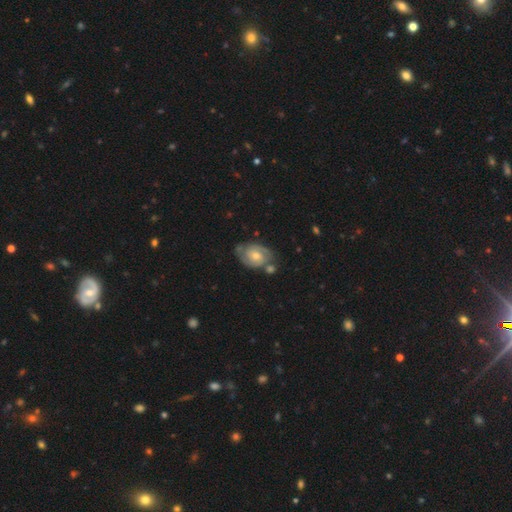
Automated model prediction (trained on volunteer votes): Smooth or featured?
  - featured or disk: 74% *
  - smooth: 19%
  - star or artifact: 7%
Edge-on disk?
  - no: 97% *
  - yes: 3%
Bar?
  - no: 65% *
  - weak: 30%
  - strong: 5%
Spiral arms?
  - yes: 90% *
  - no: 10%
Spiral winding?
  - tight: 51% *
  - medium: 38%
  - loose: 11%
Spiral arm count?
  - 2: 77% *
  - can't tell: 13%
  - 3: 4%
  - 1: 2%
  - 4: 1%
  - more than 4: 1%
Bulge size?
  - moderate: 58% *
  - small: 37%
  - large: 3%
  - none: 1%
  - dominant: 1%
Merging?
  - none: 65% *
  - minor disturbance: 19%
  - merger: 10%
  - major disturbance: 6%